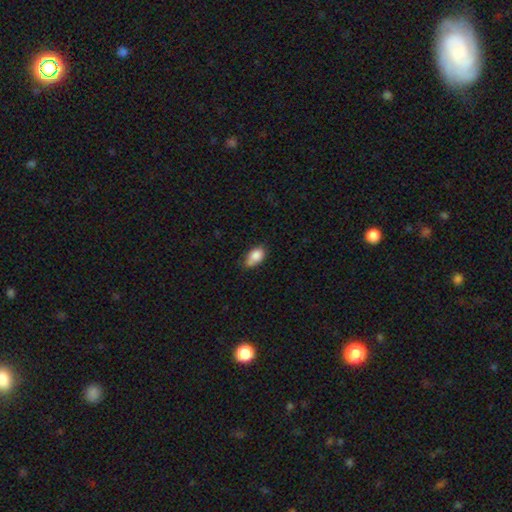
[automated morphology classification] A smooth galaxy with no disk features (84%) that is in between round and cigar-shaped (87%).

Vote fractions:
- Smooth or featured? smooth: 84% / star or artifact: 8% / featured or disk: 8%
- How rounded? in between: 87% / round: 10% / cigar-shaped: 3%
- Merging? none: 51% / minor disturbance: 33% / merger: 9% / major disturbance: 7%